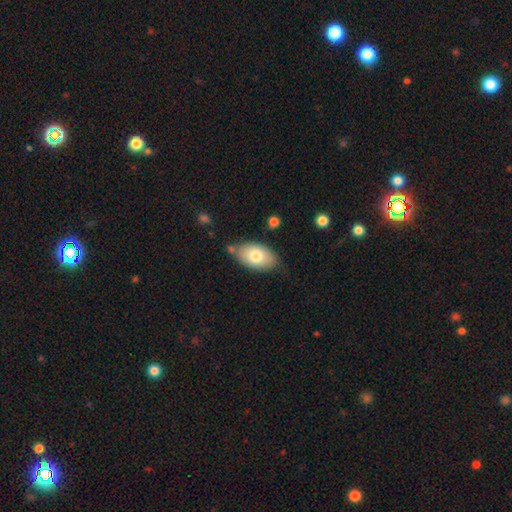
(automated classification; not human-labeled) smooth 76%, featured or disk 17%, star or artifact 7%. Down the decision tree: how rounded — in between (93%); merging — none (74%).